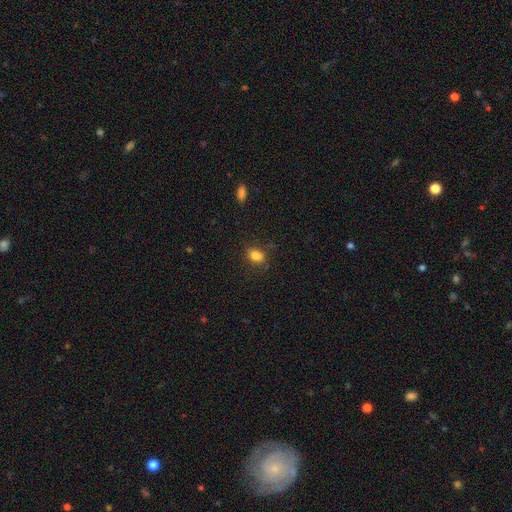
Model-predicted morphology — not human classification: smooth-or-featured: smooth: 82% | star or artifact: 11% | featured or disk: 7%
  how-rounded: in between: 77% | round: 20% | cigar-shaped: 3%
  merging: none: 74% | minor disturbance: 18% | major disturbance: 5% | merger: 3%